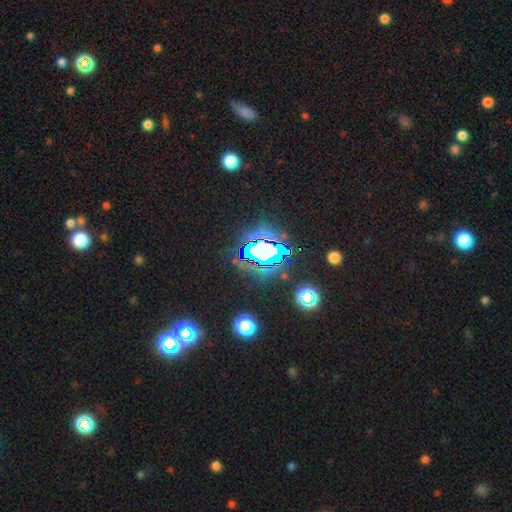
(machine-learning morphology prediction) type=star or artifact (79%).